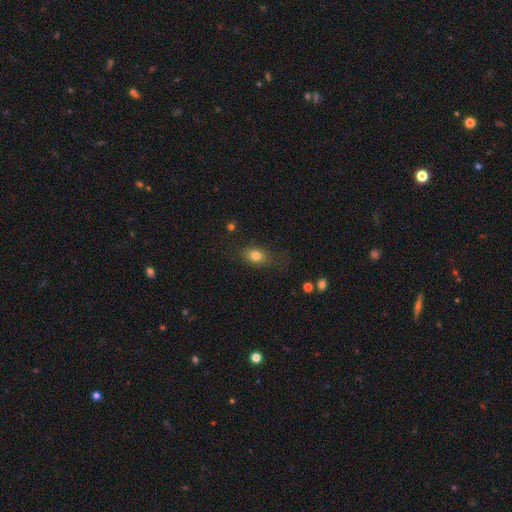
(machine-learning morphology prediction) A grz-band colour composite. It shows a smooth galaxy with no disk features (80%) that is in between round and cigar-shaped (73%). Merging: none (70%).